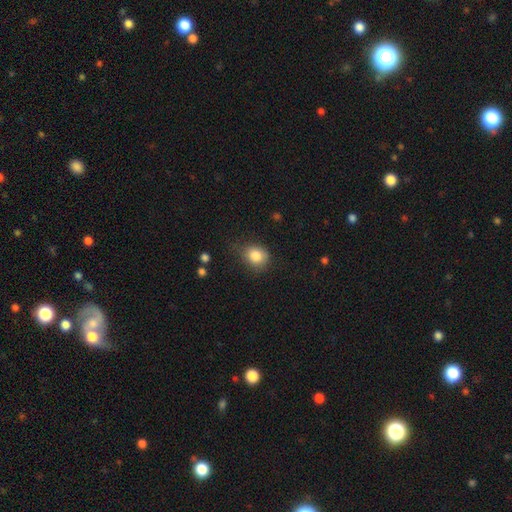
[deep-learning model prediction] smooth_or_featured: smooth (p=0.84) [alt: star or artifact p=0.10]
how_rounded: round (p=0.64) [alt: in between p=0.35]
merging: none (p=0.64) [alt: minor disturbance p=0.27]